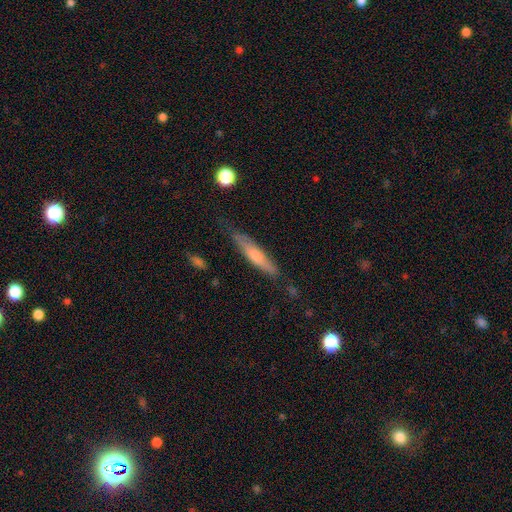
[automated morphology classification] A smooth galaxy with no disk features (62%) that is cigar-shaped (84%). Merging: none (69%).